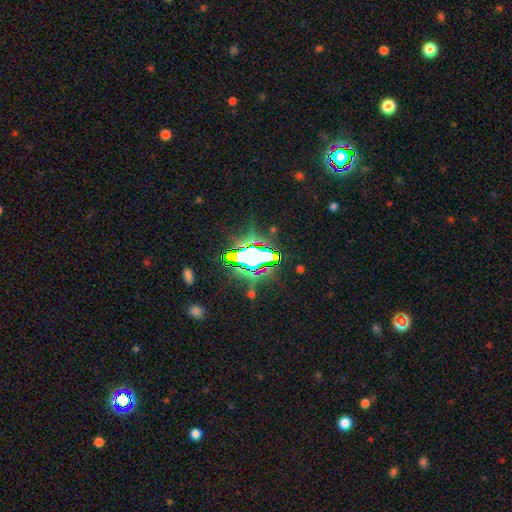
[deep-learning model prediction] Overall: star or artifact (82%).